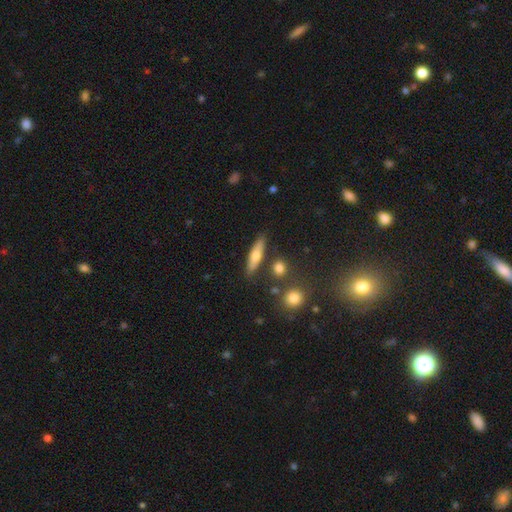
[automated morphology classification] Q: Smooth or featured?
A: smooth (62%); runner-up: featured or disk (31%)
Q: How rounded?
A: cigar-shaped (68%); runner-up: in between (28%)
Q: Merging?
A: none (80%); runner-up: minor disturbance (11%)